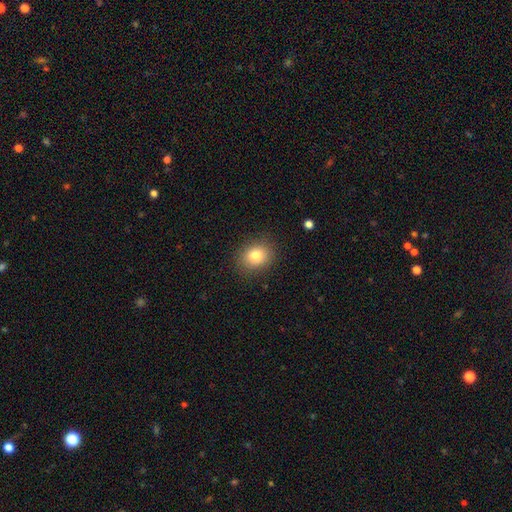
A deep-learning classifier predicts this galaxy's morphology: This is clearly a smooth galaxy (81%). How rounded: possibly round (55%). Merging: clearly none (87%).